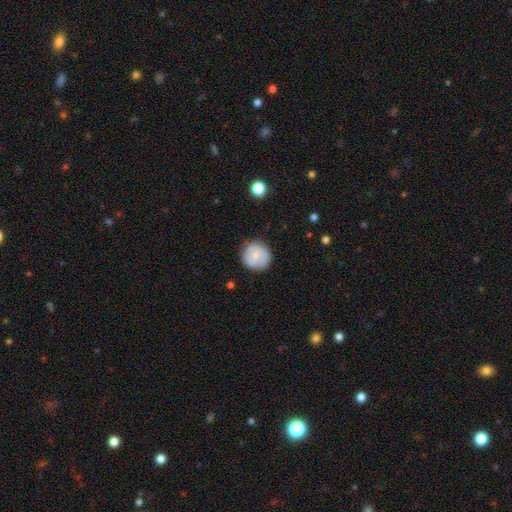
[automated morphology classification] Smooth or featured? Predicted: smooth (p=0.59). How rounded? Predicted: round (p=0.91). Merging? Predicted: none (p=0.78).